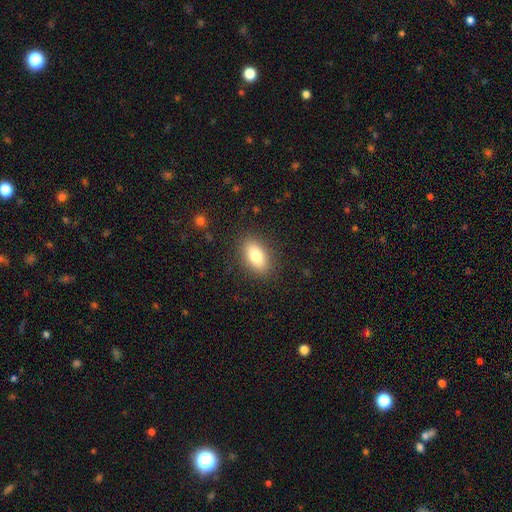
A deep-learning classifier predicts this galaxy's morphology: This is clearly a smooth galaxy (81%). How rounded: clearly in between (89%). Merging: clearly none (87%).